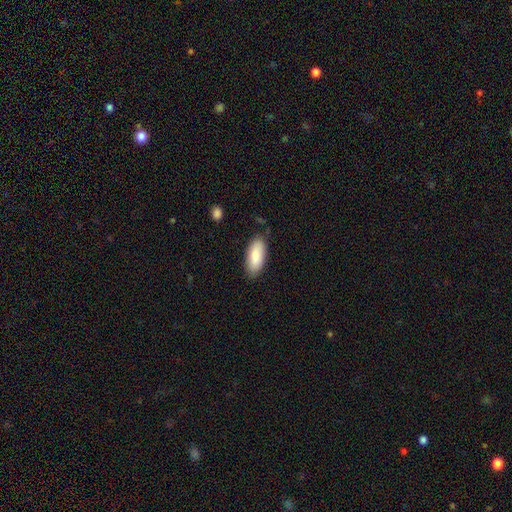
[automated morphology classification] smooth-or-featured: smooth: 85% | featured or disk: 9% | star or artifact: 6%
  how-rounded: in between: 87% | cigar-shaped: 11% | round: 2%
  merging: none: 83% | minor disturbance: 13% | major disturbance: 2% | merger: 2%